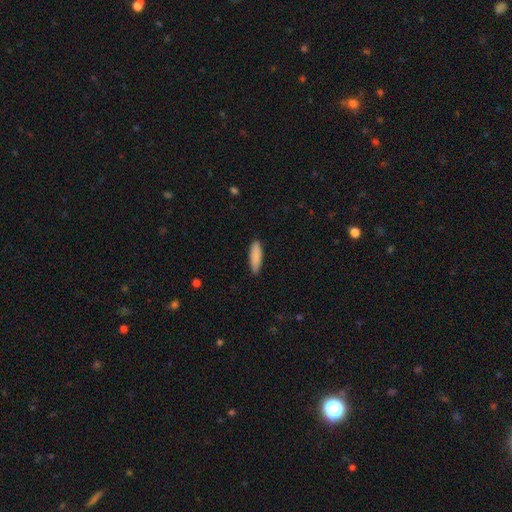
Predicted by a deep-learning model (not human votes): smooth_or_featured: smooth (p=0.88) [alt: featured or disk p=0.07]
how_rounded: cigar-shaped (p=0.60) [alt: in between p=0.39]
merging: none (p=0.85) [alt: minor disturbance p=0.12]